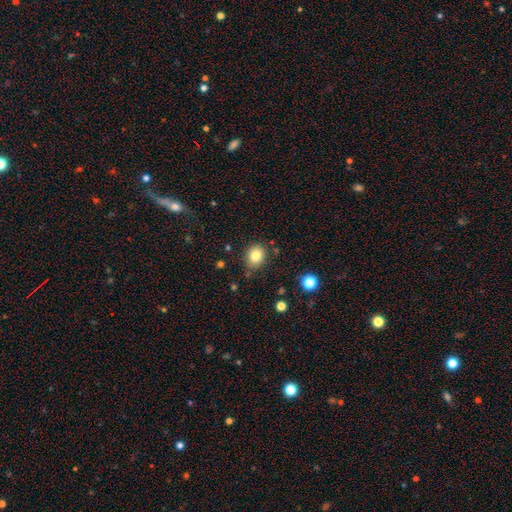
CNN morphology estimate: Overall: smooth (81%). How rounded: round (61%; in between 38%). Merging: none (79%).